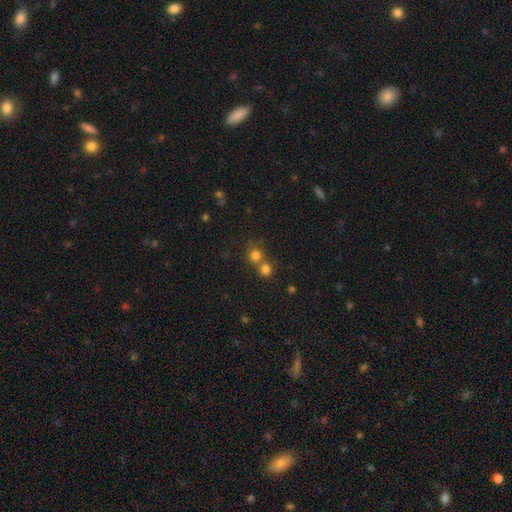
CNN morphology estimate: smooth-or-featured: smooth: 76% | star or artifact: 16% | featured or disk: 8%
  how-rounded: round: 90% | in between: 9% | cigar-shaped: 1%
  merging: none: 50% | merger: 42% | minor disturbance: 5% | major disturbance: 2%